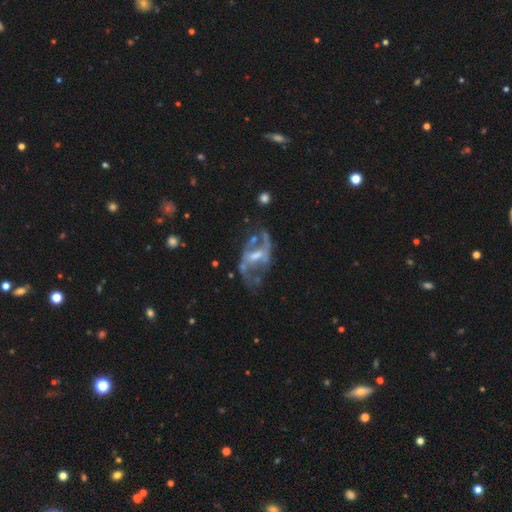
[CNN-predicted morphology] featured or disk 82%, smooth 9%, star or artifact 9%. Down the decision tree: edge-on disk — no (94%); bar — weak (45%); spiral arms — yes (77%); spiral arm count — 2 (78%); spiral winding — loose (56%); bulge size — moderate (43%); merging — none (52%).